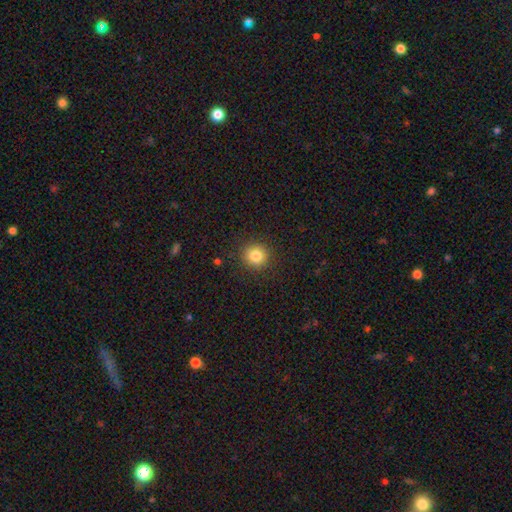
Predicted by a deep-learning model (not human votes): Smooth or featured? smooth (83%)
How rounded? round (92%)
Merging? none (91%)